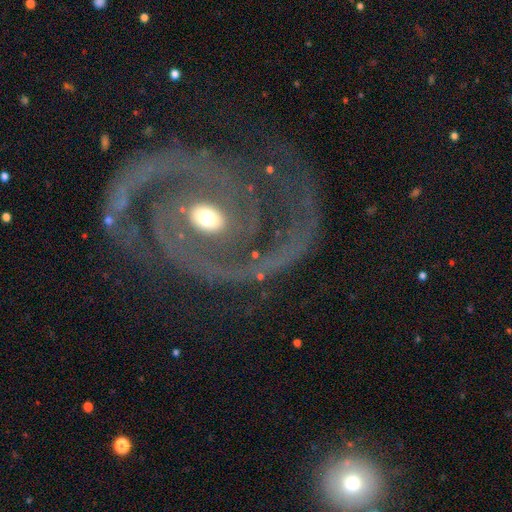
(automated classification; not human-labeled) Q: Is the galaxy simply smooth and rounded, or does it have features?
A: featured or disk — 83%.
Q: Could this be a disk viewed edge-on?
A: no — 97%.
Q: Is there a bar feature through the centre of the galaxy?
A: no — 54%.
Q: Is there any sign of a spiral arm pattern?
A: yes — 87%.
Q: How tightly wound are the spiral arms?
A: tight — 39%, tied with medium.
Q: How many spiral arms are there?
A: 2 — 62%.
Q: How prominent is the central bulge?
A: moderate — 65%.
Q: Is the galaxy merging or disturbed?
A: none — 61%.